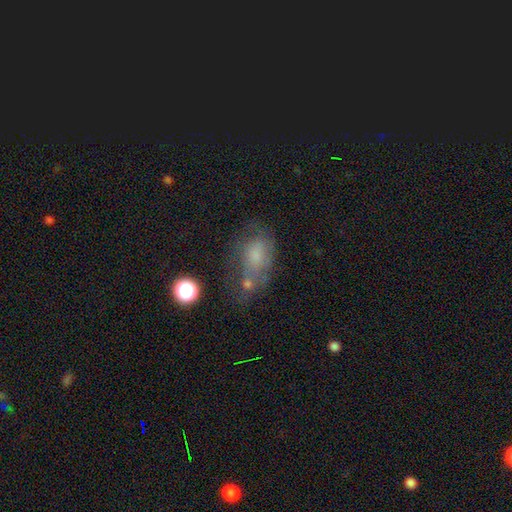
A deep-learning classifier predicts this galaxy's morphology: A smooth galaxy with no disk features (55%) that is in between round and cigar-shaped (78%).

Vote fractions:
- Smooth or featured? smooth: 55% / featured or disk: 29% / star or artifact: 16%
- How rounded? in between: 78% / round: 18% / cigar-shaped: 3%
- Merging? none: 34% / major disturbance: 26% / minor disturbance: 24% / merger: 16%